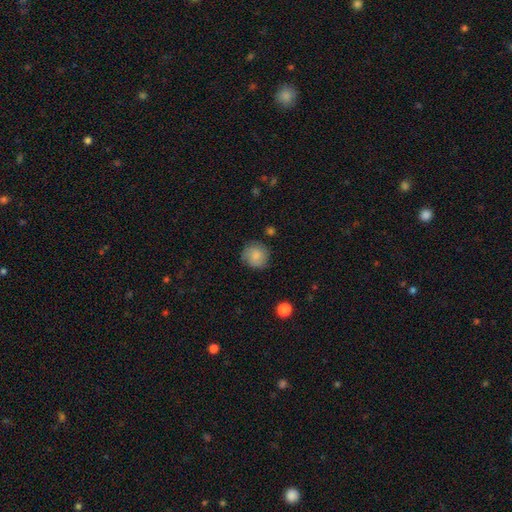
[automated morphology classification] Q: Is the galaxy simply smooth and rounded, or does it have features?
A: smooth — 80%.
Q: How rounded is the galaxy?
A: round — 92%.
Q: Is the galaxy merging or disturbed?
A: none — 80%.